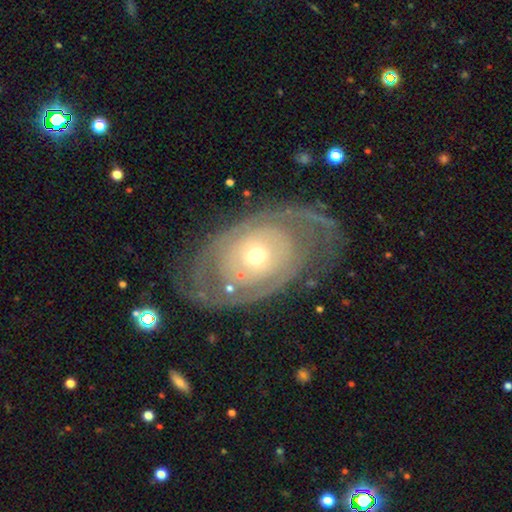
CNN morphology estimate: Smooth or featured? Predicted: featured or disk (p=0.80). Edge-on disk? Predicted: no (p=0.94). Bar? Predicted: no (p=0.83). Spiral arms? Predicted: yes (p=0.69). Spiral winding? Predicted: tight (p=0.68). Spiral arm count? Predicted: 2 (p=0.42). Bulge size? Predicted: moderate (p=0.49). Merging? Predicted: none (p=0.68).